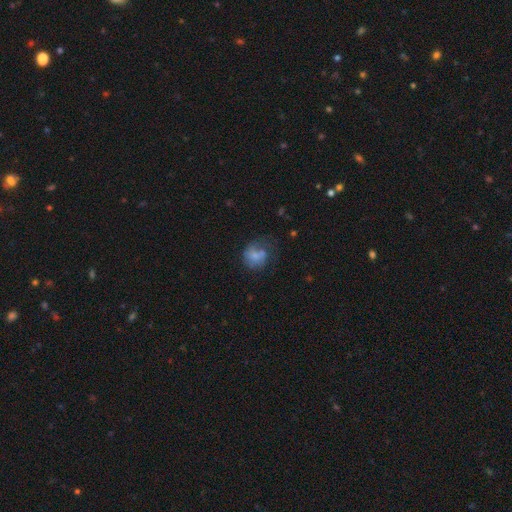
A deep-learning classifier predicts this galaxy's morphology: Smooth or featured: smooth — 60% (featured or disk — 29%)
How rounded: round — 65% (in between — 34%)
Merging: none — 36% (major disturbance — 25%)